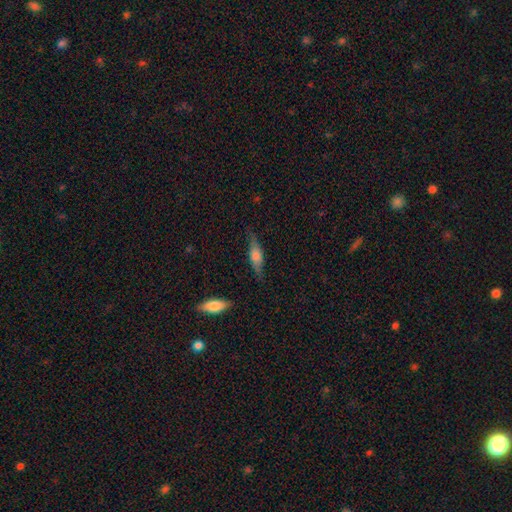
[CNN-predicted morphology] featured or disk 51%, smooth 42%, star or artifact 7%. Down the decision tree: edge-on disk — yes (89%); merging — none (76%).